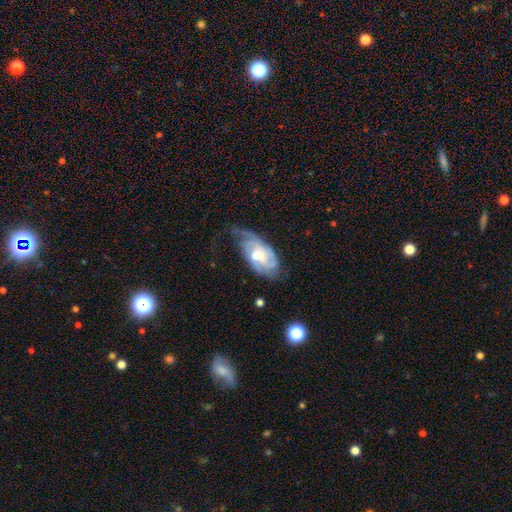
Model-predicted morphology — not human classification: Q: Smooth or featured?
A: featured or disk (77%); runner-up: smooth (17%)
Q: Edge-on disk?
A: no (94%); runner-up: yes (6%)
Q: Bar?
A: no (62%); runner-up: weak (31%)
Q: Spiral arms?
A: yes (91%); runner-up: no (9%)
Q: Spiral winding?
A: tight (50%); runner-up: medium (36%)
Q: Spiral arm count?
A: can't tell (34%); runner-up: 2 (33%)
Q: Bulge size?
A: moderate (52%); runner-up: small (42%)
Q: Merging?
A: none (49%); runner-up: minor disturbance (30%)